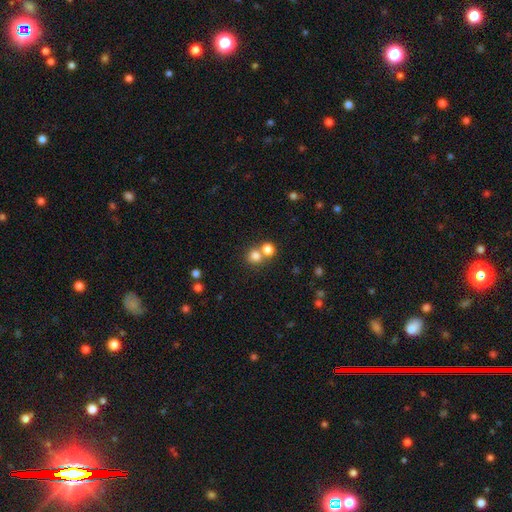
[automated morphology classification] Smooth or featured: smooth — 79% (star or artifact — 13%)
How rounded: round — 87% (in between — 12%)
Merging: none — 51% (merger — 40%)